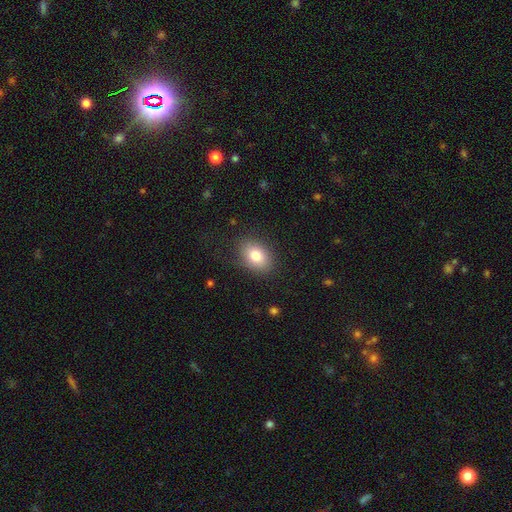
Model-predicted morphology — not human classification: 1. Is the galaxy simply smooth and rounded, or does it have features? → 80% smooth, 11% featured or disk, 9% star or artifact.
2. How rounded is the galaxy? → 74% in between, 25% round, 1% cigar-shaped.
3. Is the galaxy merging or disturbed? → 83% none, 12% minor disturbance, 4% major disturbance, 1% merger.